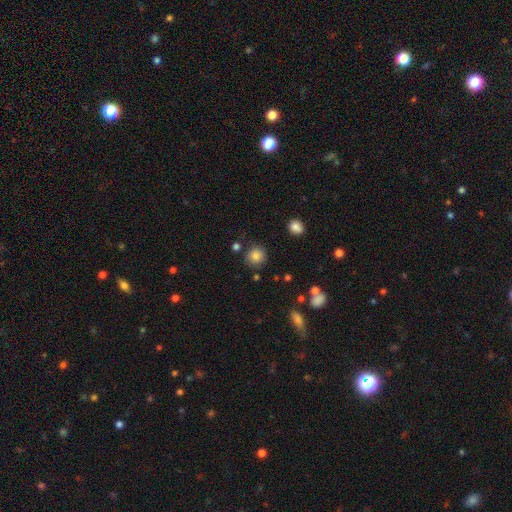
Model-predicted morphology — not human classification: Smooth or featured?
  - smooth: 83% *
  - star or artifact: 11%
  - featured or disk: 6%
How rounded?
  - round: 91% *
  - in between: 8%
  - cigar-shaped: 1%
Merging?
  - none: 83% *
  - minor disturbance: 10%
  - merger: 4%
  - major disturbance: 3%